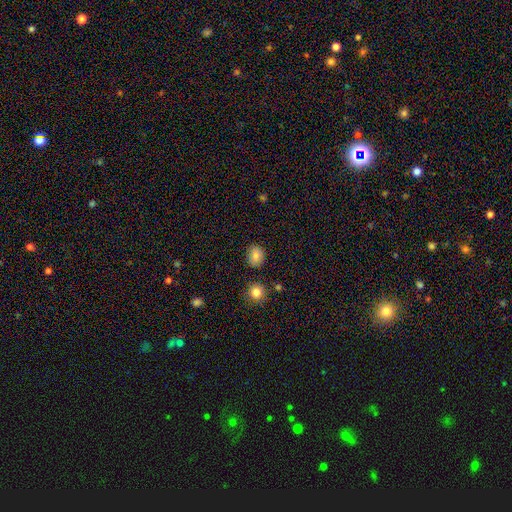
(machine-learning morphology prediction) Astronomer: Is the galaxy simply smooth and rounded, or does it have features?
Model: smooth — 84%.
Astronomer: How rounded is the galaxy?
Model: round — 62%.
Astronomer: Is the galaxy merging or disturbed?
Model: none — 85%.